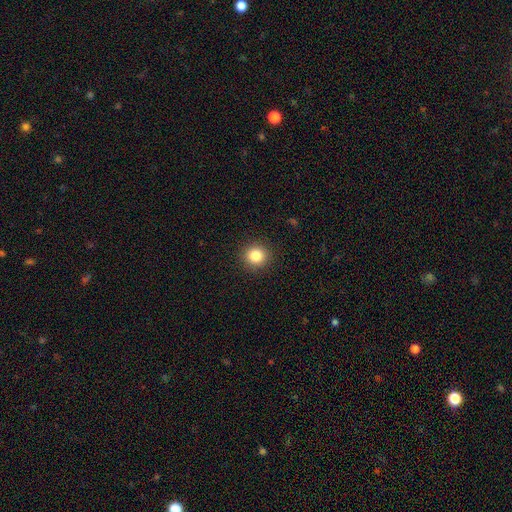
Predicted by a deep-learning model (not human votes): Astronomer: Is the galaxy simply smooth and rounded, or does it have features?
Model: smooth — 84%.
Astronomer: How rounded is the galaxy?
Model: round — 92%.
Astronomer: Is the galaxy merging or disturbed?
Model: none — 92%.